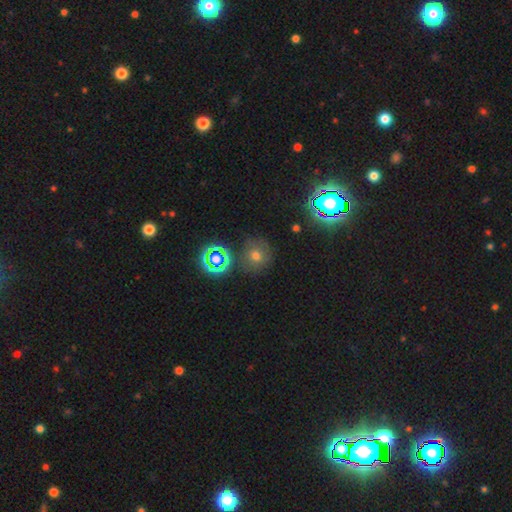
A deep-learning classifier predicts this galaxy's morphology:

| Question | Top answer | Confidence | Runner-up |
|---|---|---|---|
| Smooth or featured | smooth | 54% | star or artifact (29%) |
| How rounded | round | 88% | in between (11%) |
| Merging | none | 79% | minor disturbance (12%) |